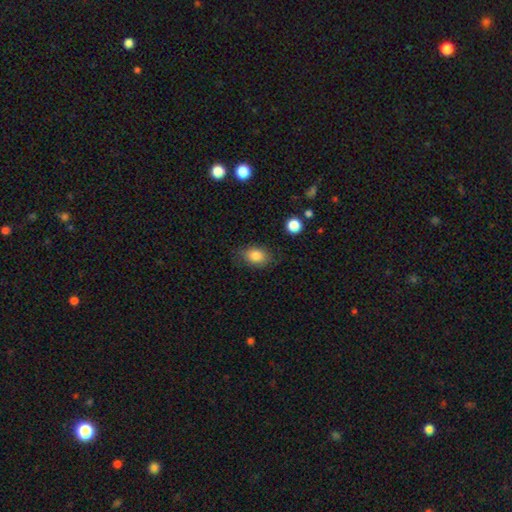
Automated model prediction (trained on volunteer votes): Smooth or featured?
  - smooth: 83% *
  - star or artifact: 9%
  - featured or disk: 8%
How rounded?
  - in between: 75% *
  - round: 23%
  - cigar-shaped: 1%
Merging?
  - none: 78% *
  - minor disturbance: 16%
  - major disturbance: 4%
  - merger: 2%